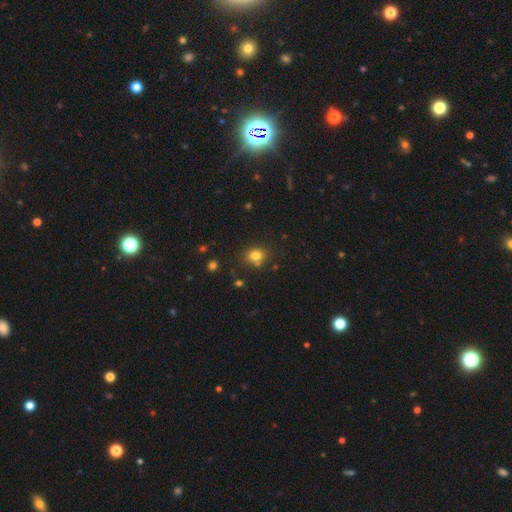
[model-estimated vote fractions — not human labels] This is likely a smooth galaxy (77%). How rounded: possibly round (54%). Merging: likely none (71%).